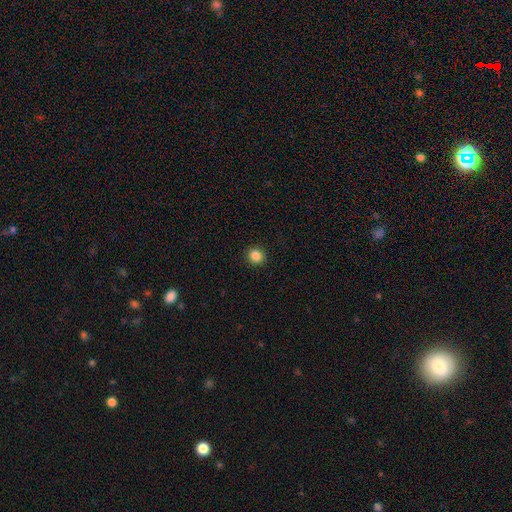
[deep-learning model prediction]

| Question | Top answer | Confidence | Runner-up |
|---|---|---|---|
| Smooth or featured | smooth | 85% | star or artifact (11%) |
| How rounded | round | 89% | in between (10%) |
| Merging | none | 93% | minor disturbance (5%) |